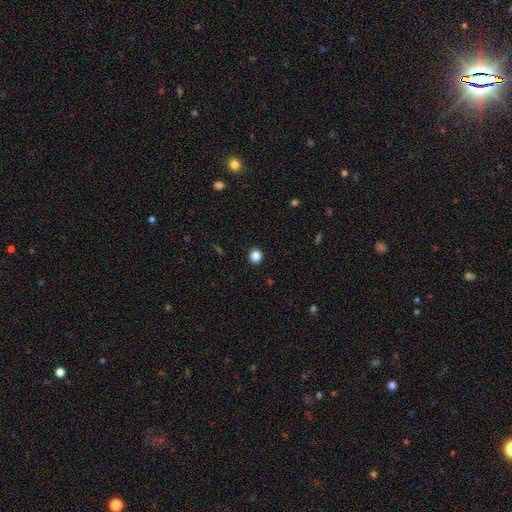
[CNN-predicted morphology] smooth 85%, star or artifact 11%, featured or disk 4%. Down the decision tree: how rounded — round (75%); merging — none (92%).